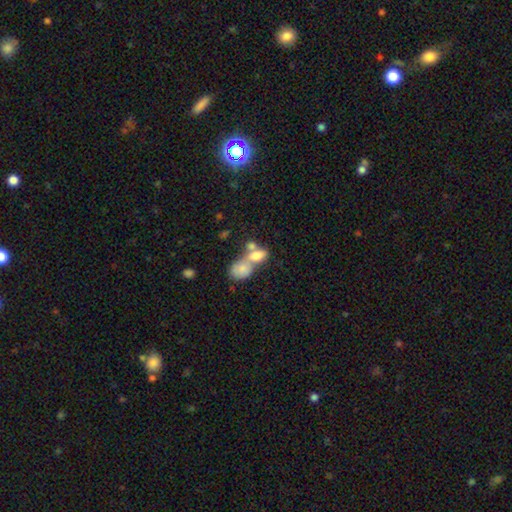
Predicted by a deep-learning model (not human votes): Smooth or featured? smooth (73%)
How rounded? in between (80%)
Merging? merger (72%)